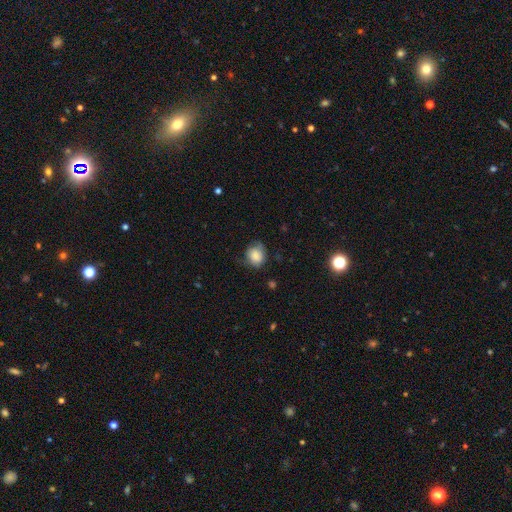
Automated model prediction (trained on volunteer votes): Smooth or featured? Predicted: smooth (p=0.80). How rounded? Predicted: round (p=0.66). Merging? Predicted: none (p=0.58).